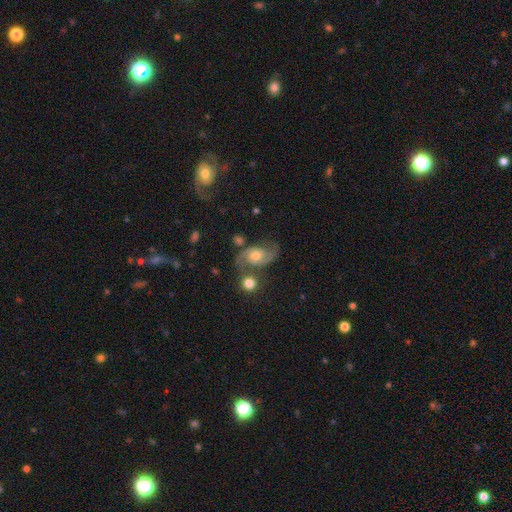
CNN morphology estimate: Smooth or featured? featured or disk (79%)
Edge-on disk? no (97%)
Bar? no (67%)
Spiral arms? yes (95%)
Spiral winding? medium (54%)
Spiral arm count? 2 (91%)
Bulge size? moderate (64%)
Merging? none (62%)